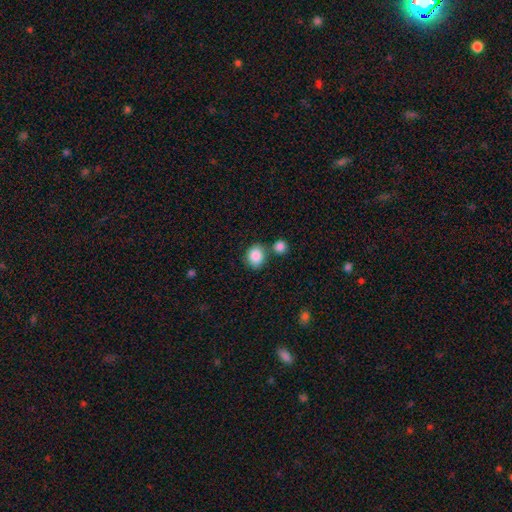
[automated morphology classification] smooth-or-featured: smooth: 87% | star or artifact: 8% | featured or disk: 5%
  how-rounded: round: 61% | in between: 38% | cigar-shaped: 1%
  merging: none: 64% | merger: 19% | minor disturbance: 13% | major disturbance: 4%